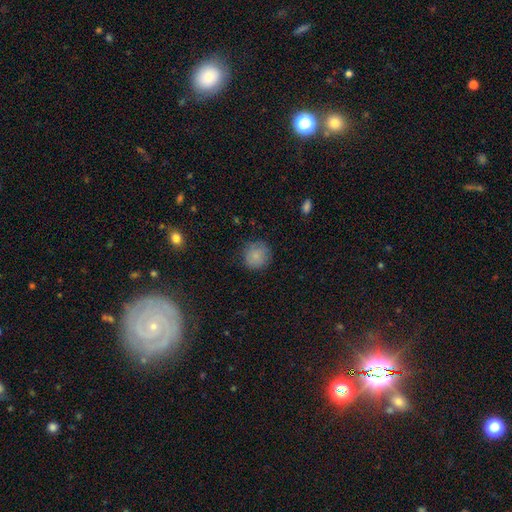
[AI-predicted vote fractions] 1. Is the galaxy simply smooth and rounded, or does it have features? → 82% smooth, 10% featured or disk, 9% star or artifact.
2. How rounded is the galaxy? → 92% round, 7% in between, 1% cigar-shaped.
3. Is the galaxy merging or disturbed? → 81% none, 14% minor disturbance, 4% major disturbance, 1% merger.